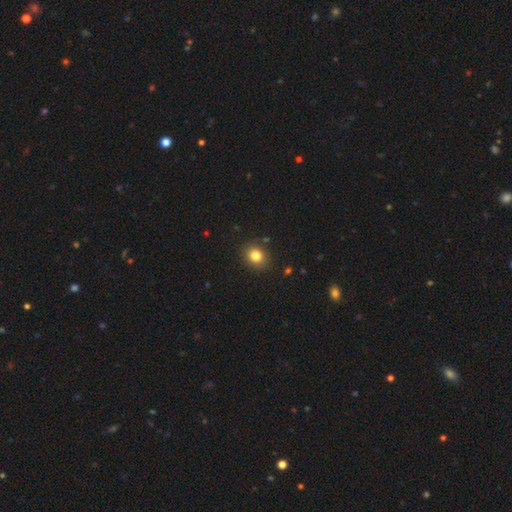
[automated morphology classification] This is clearly a smooth galaxy (82%). How rounded: likely round (73%). Merging: clearly none (87%).